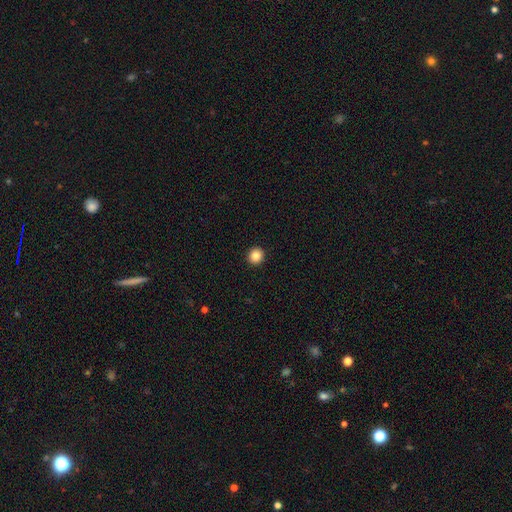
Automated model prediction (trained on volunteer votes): This is clearly a smooth galaxy (85%). How rounded: clearly round (92%). Merging: clearly none (94%).